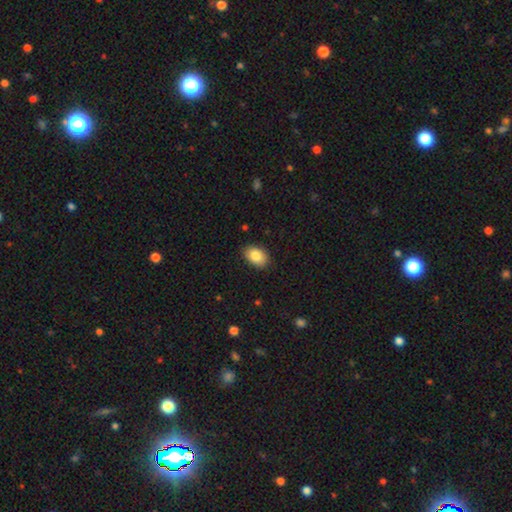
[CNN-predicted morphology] A smooth galaxy with no disk features (85%) that is in between round and cigar-shaped (84%). Merging: none (87%).